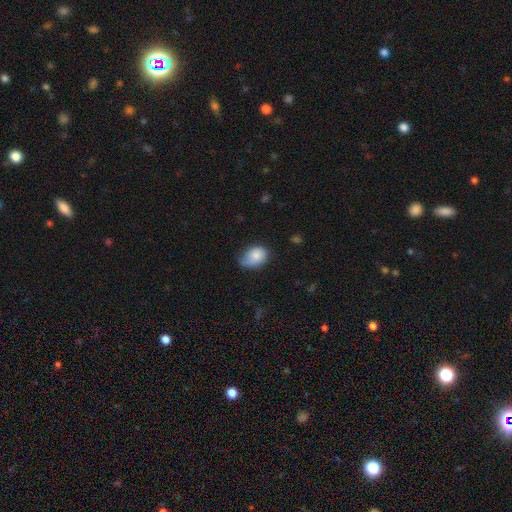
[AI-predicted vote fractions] Smooth or featured? smooth (76%)
How rounded? in between (70%)
Merging? none (43%)